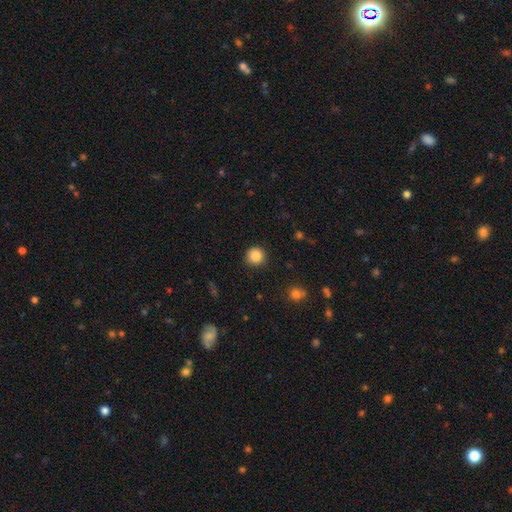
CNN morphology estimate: smooth 86%, star or artifact 10%, featured or disk 4%. Down the decision tree: how rounded — round (93%); merging — none (89%).